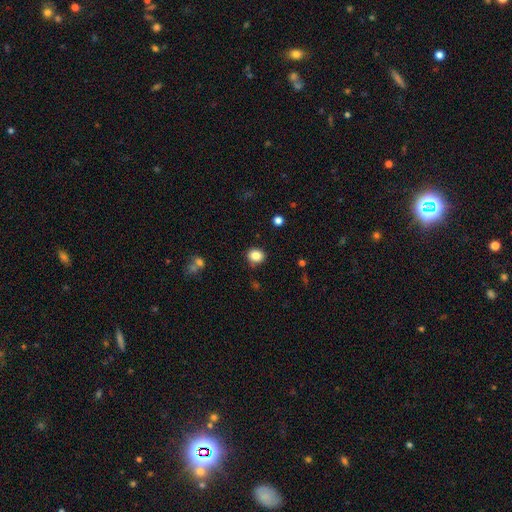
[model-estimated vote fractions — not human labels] Morphology: type=smooth (84%); roundness=round (75%); merging=none (86%).